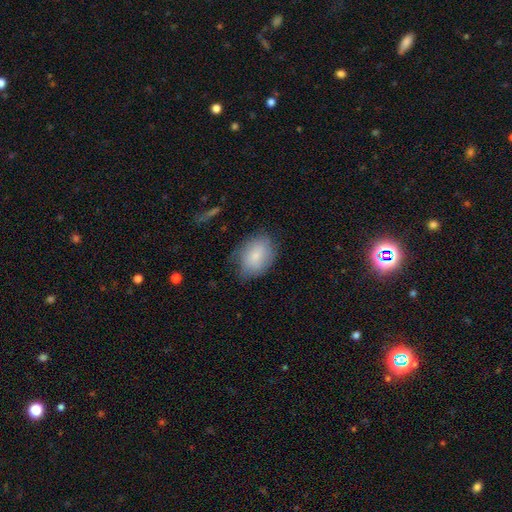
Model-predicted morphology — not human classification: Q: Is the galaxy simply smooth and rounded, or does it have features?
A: smooth — 78%.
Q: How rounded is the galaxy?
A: in between — 75%.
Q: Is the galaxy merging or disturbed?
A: none — 67%.